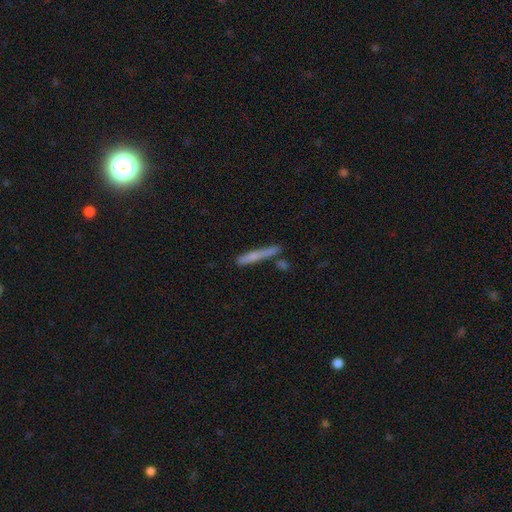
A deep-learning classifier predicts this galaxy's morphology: Smooth or featured? Predicted: smooth (p=0.54). How rounded? Predicted: cigar-shaped (p=0.94). Merging? Predicted: none (p=0.74).